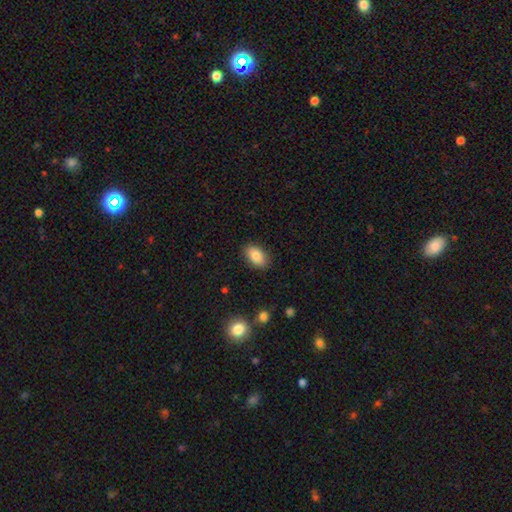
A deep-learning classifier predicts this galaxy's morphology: Smooth or featured: smooth — 84% (featured or disk — 8%)
How rounded: in between — 91% (round — 7%)
Merging: none — 87% (minor disturbance — 9%)